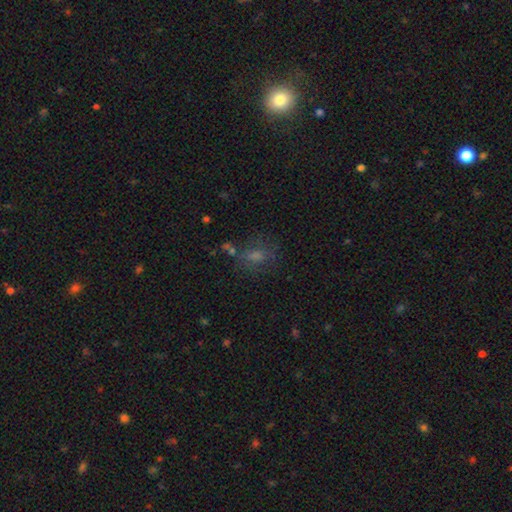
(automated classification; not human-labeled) Smooth or featured?
  - smooth: 56% *
  - star or artifact: 24%
  - featured or disk: 20%
How rounded?
  - in between: 64% *
  - round: 30%
  - cigar-shaped: 6%
Merging?
  - none: 57% *
  - minor disturbance: 19%
  - major disturbance: 16%
  - merger: 8%